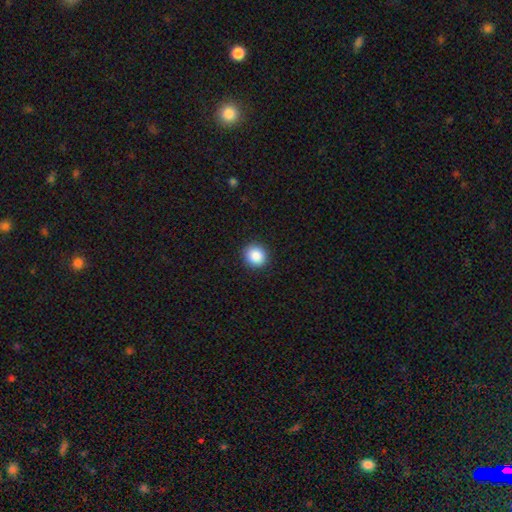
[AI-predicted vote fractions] smooth 88%, star or artifact 9%, featured or disk 3%. Down the decision tree: how rounded — round (85%); merging — none (91%).